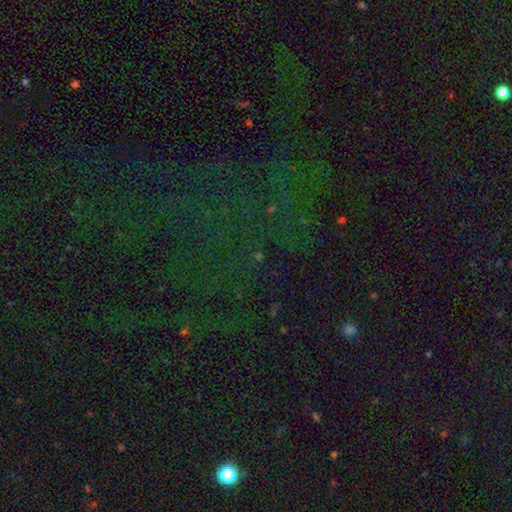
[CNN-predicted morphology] Overall: star or artifact (76%).